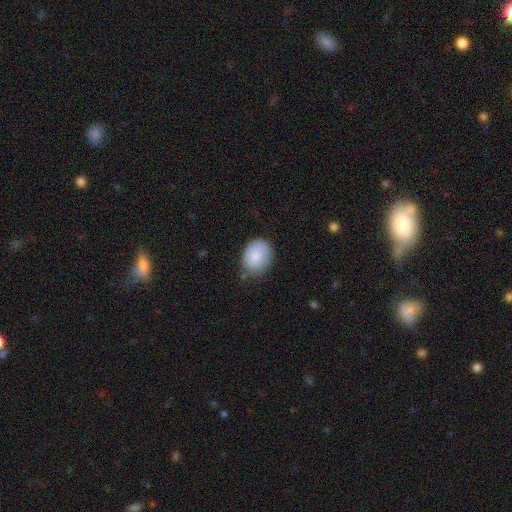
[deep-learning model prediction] Smooth or featured?
  - smooth: 84% *
  - featured or disk: 10%
  - star or artifact: 7%
How rounded?
  - in between: 54% *
  - round: 45%
  - cigar-shaped: 1%
Merging?
  - none: 64% *
  - minor disturbance: 27%
  - major disturbance: 6%
  - merger: 3%